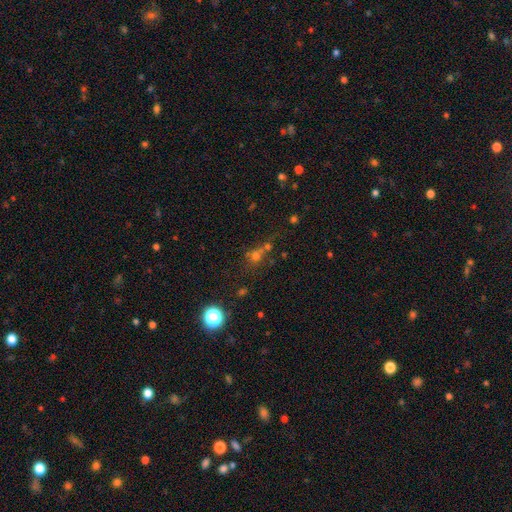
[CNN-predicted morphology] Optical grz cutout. It shows a smooth galaxy with no disk features (55%) that is round (84%). Merging: none (47%).